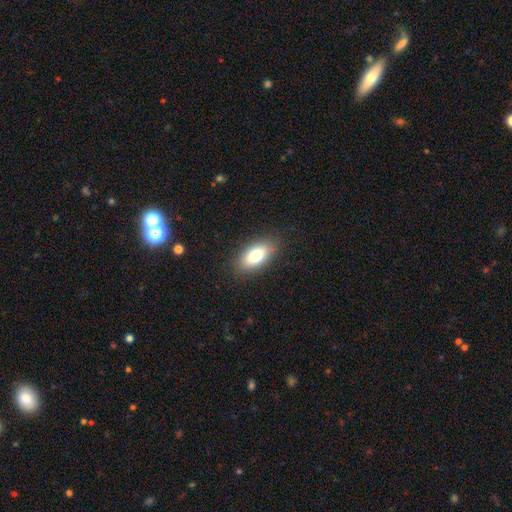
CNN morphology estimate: Q: Smooth or featured?
A: smooth (80%); runner-up: featured or disk (13%)
Q: How rounded?
A: in between (90%); runner-up: cigar-shaped (6%)
Q: Merging?
A: none (86%); runner-up: minor disturbance (10%)